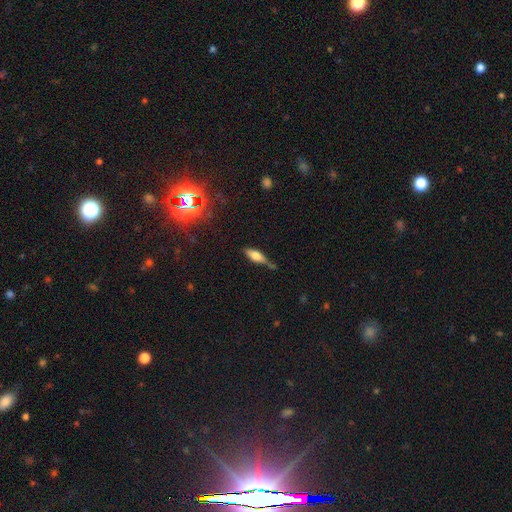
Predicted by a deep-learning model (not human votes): Morphology: type=smooth (66%); roundness=in between (63%); merging=none (55%).